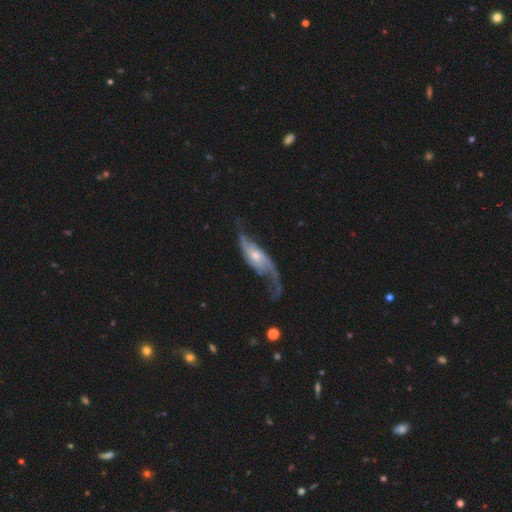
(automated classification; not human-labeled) smooth_or_featured: featured or disk (p=0.85) [alt: smooth p=0.10]
disk_edge_on: no (p=0.89) [alt: yes p=0.11]
bar: no (p=0.58) [alt: weak p=0.32]
has_spiral_arms: yes (p=0.94) [alt: no p=0.06]
spiral_winding: loose (p=0.71) [alt: medium p=0.22]
spiral_arm_count: 2 (p=0.83) [alt: can't tell p=0.06]
bulge_size: small (p=0.49) [alt: moderate p=0.43]
merging: none (p=0.55) [alt: major disturbance p=0.21]